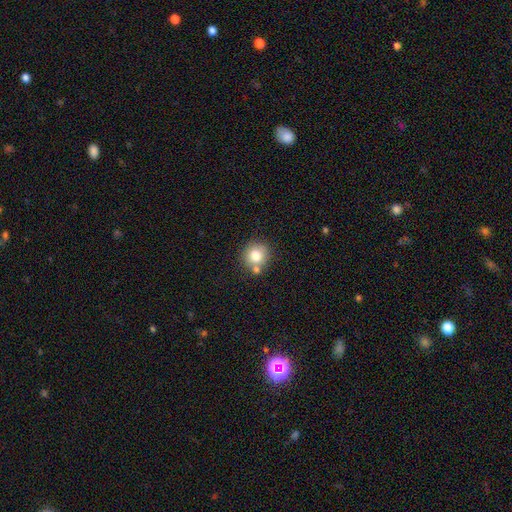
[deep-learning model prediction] Smooth or featured: smooth — 79% (featured or disk — 11%)
How rounded: round — 89% (in between — 10%)
Merging: none — 70% (merger — 17%)